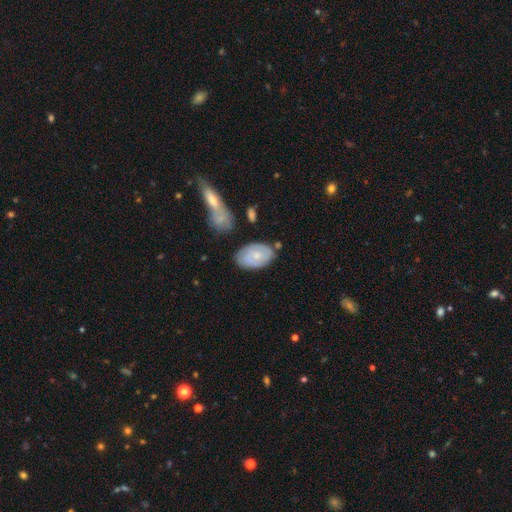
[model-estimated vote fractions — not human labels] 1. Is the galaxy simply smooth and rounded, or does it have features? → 51% featured or disk, 43% smooth, 6% star or artifact.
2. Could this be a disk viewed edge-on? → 94% no, 6% yes.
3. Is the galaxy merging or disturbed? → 65% none, 22% minor disturbance, 7% merger, 6% major disturbance.